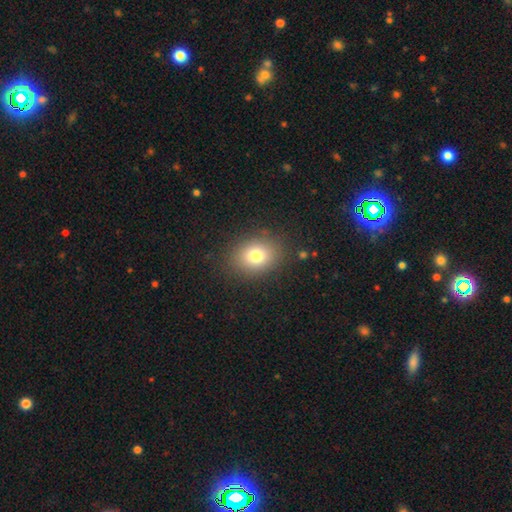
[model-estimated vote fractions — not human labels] smooth_or_featured: smooth (p=0.78) [alt: star or artifact p=0.12]
how_rounded: in between (p=0.54) [alt: round p=0.45]
merging: none (p=0.86) [alt: minor disturbance p=0.09]